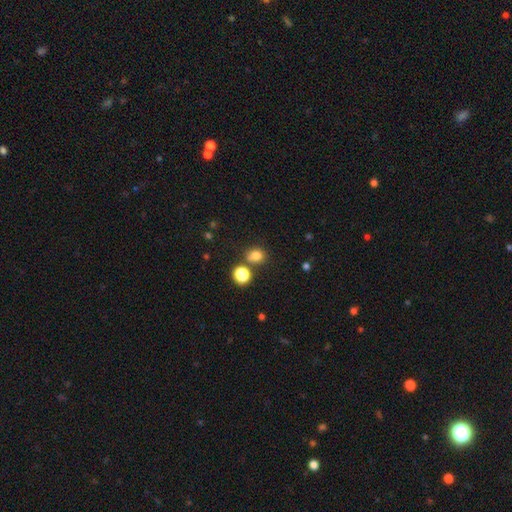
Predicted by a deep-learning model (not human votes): smooth_or_featured: smooth (p=0.78) [alt: star or artifact p=0.16]
how_rounded: round (p=0.73) [alt: in between p=0.26]
merging: none (p=0.70) [alt: merger p=0.15]